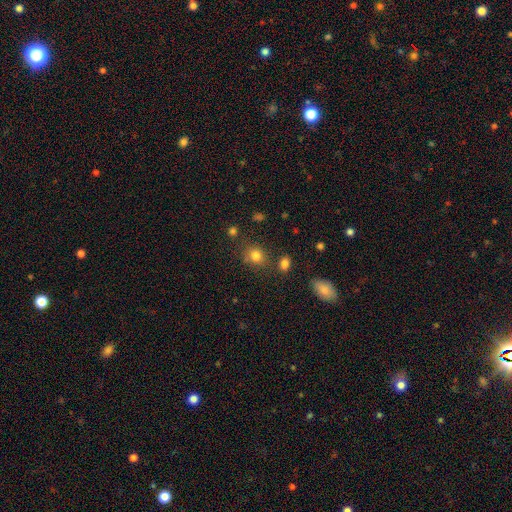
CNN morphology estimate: Smooth or featured? smooth (80%)
How rounded? round (69%)
Merging? none (75%)